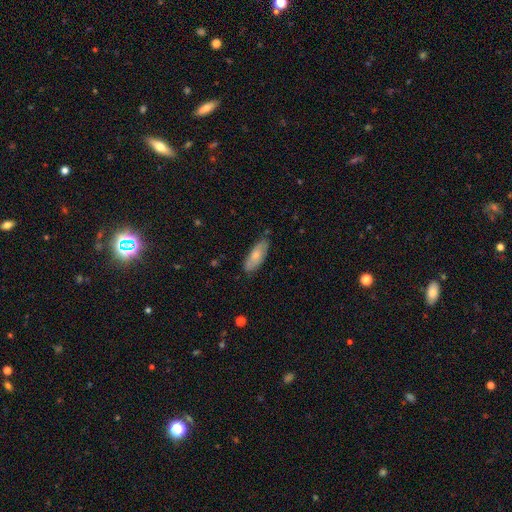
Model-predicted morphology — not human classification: This is likely a smooth galaxy (65%). How rounded: likely in between (74%). Merging: likely none (77%).